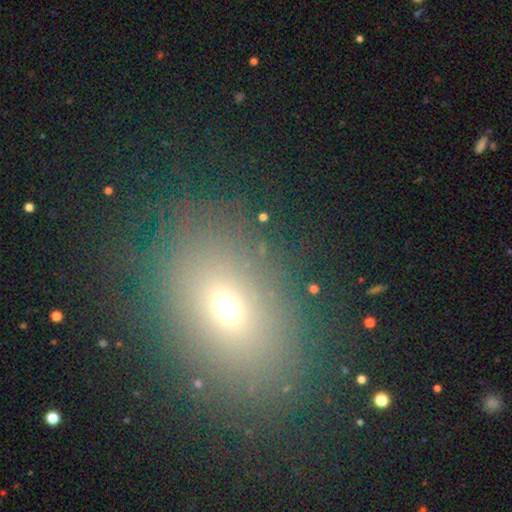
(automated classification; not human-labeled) A smooth galaxy with no disk features (61%) that is in between round and cigar-shaped (68%).

Vote fractions:
- Smooth or featured? smooth: 61% / star or artifact: 24% / featured or disk: 14%
- How rounded? in between: 68% / round: 30% / cigar-shaped: 2%
- Merging? none: 83% / minor disturbance: 10% / major disturbance: 6% / merger: 2%